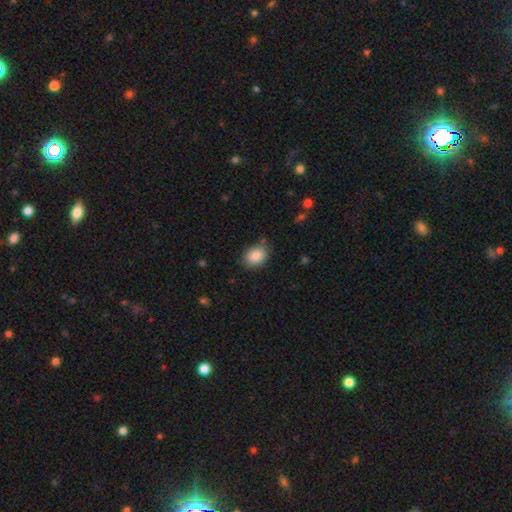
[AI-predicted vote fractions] Smooth or featured? Predicted: smooth (p=0.87). How rounded? Predicted: in between (p=0.61). Merging? Predicted: none (p=0.81).